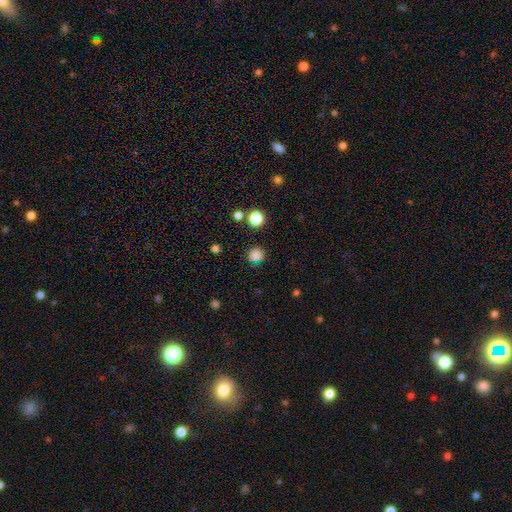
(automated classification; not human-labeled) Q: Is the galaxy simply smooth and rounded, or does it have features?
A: smooth — 81%.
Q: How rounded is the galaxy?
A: round — 92%.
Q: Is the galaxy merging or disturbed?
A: none — 85%.